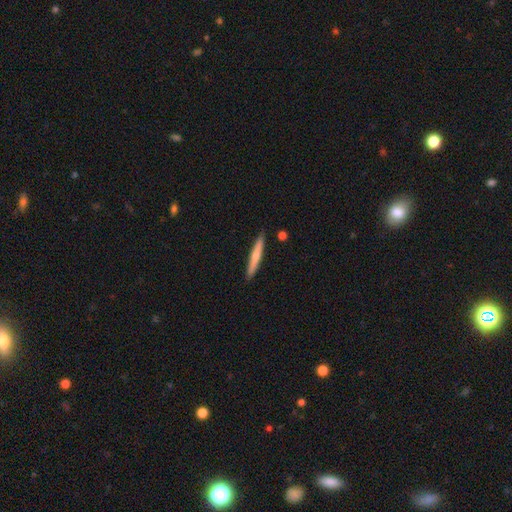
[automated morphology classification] type=smooth (59%); roundness=cigar-shaped (95%); merging=none (89%).